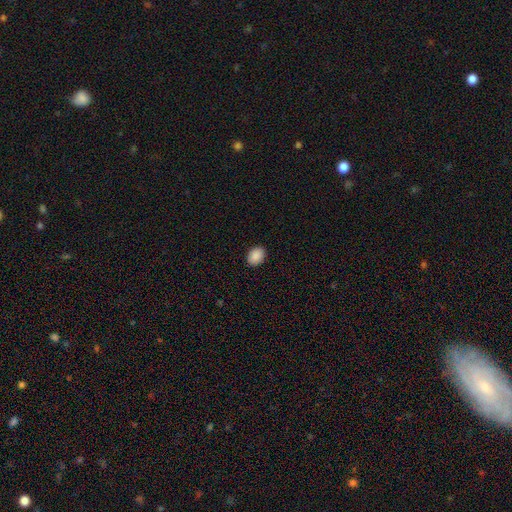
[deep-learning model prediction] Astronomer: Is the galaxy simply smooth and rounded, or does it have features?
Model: smooth — 90%.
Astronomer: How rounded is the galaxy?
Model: in between — 73%.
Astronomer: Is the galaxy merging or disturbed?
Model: none — 90%.